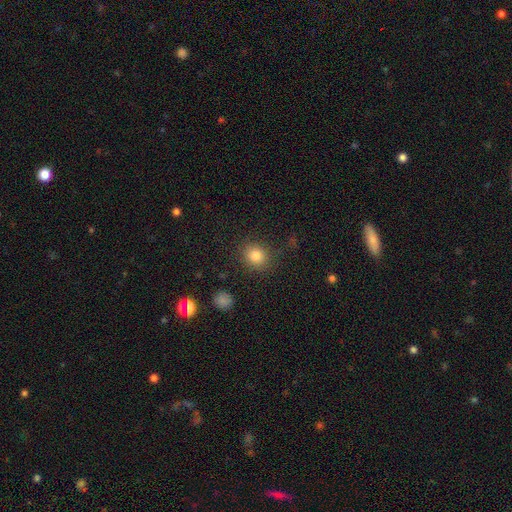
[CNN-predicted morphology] This appears to be a smooth galaxy with no disk features (83%) that is round (82%). Merging: none (85%).